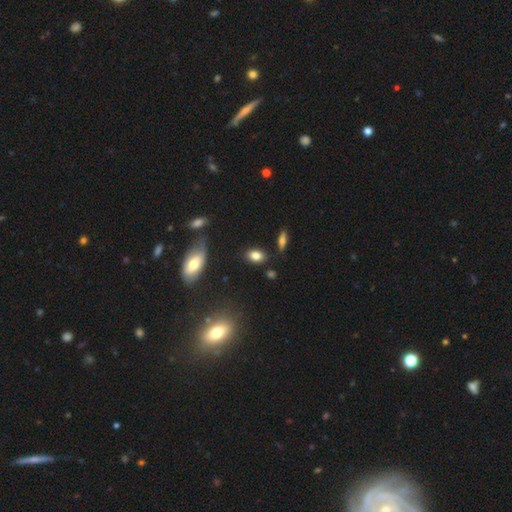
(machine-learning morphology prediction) The model was most divided on "how rounded": in between: 80%, round: 17%, cigar-shaped: 3%. More confident: merging — none (82%); smooth or featured — smooth (81%).